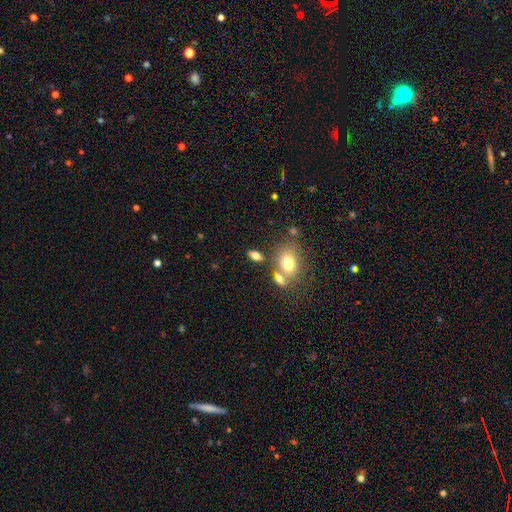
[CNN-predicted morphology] Q: Smooth or featured?
A: smooth (75%); runner-up: featured or disk (13%)
Q: How rounded?
A: in between (82%); runner-up: round (11%)
Q: Merging?
A: none (67%); runner-up: merger (16%)